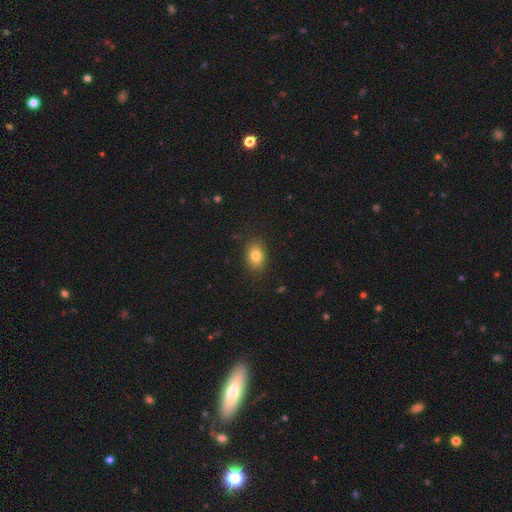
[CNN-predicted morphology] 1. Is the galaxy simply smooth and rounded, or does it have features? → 81% smooth, 10% star or artifact, 9% featured or disk.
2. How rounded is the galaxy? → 68% in between, 31% round, 1% cigar-shaped.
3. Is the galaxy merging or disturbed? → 86% none, 10% minor disturbance, 3% major disturbance, 1% merger.